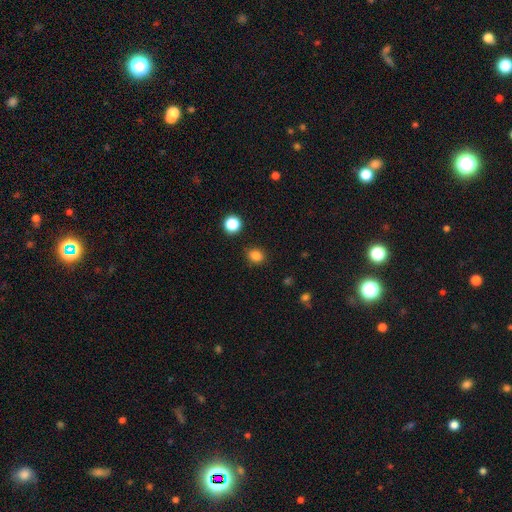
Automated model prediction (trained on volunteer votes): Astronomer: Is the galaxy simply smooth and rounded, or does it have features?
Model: smooth — 83%.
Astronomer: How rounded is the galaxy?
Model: round — 61% (runner-up: in between, 38%).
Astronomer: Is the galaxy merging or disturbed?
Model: none — 87%.